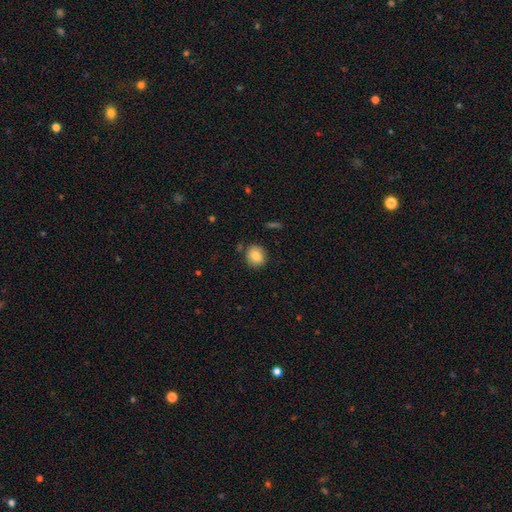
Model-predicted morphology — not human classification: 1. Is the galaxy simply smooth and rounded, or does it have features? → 83% smooth, 9% featured or disk, 9% star or artifact.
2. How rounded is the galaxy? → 79% round, 20% in between, 1% cigar-shaped.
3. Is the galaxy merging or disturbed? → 84% none, 10% minor disturbance, 3% merger, 3% major disturbance.